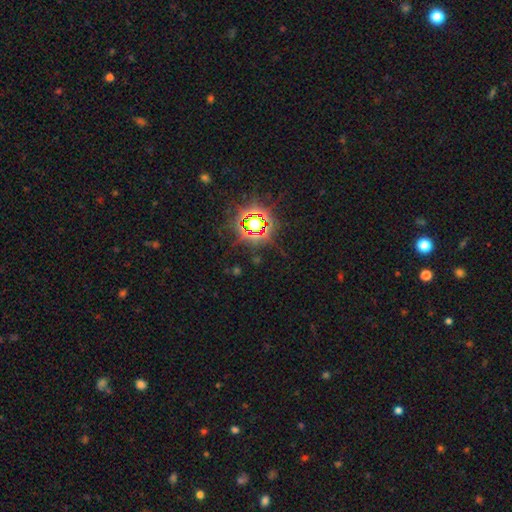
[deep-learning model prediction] This appears to be a star or artifact, not a galaxy (79%).